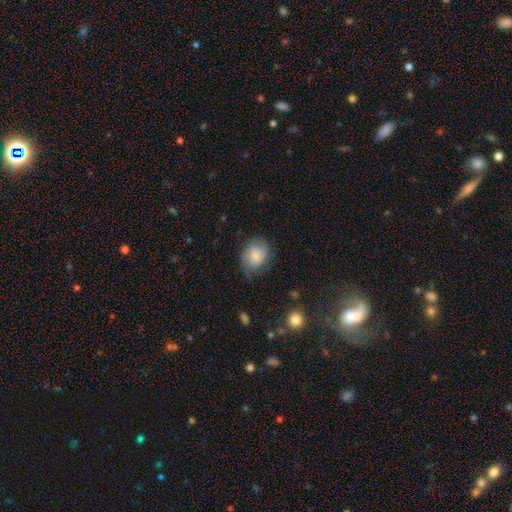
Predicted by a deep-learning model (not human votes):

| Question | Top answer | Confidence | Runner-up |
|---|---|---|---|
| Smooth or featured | smooth | 66% | featured or disk (26%) |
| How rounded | in between | 51% | round (48%) |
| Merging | none | 60% | minor disturbance (26%) |